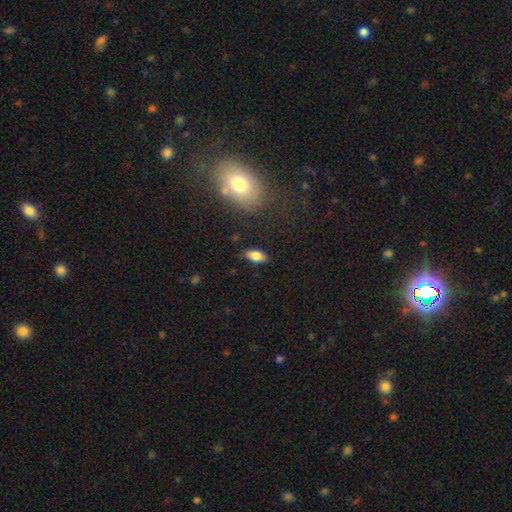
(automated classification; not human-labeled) A smooth galaxy with no disk features (80%) that is in between round and cigar-shaped (86%). Merging: none (80%).